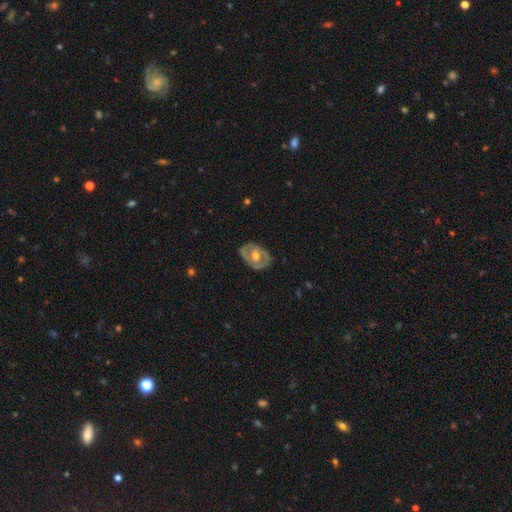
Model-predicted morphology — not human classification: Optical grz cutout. It shows a featured or disk galaxy (67%) with no bar (59%), no spiral arms (60%) and a moderate central bulge (72%). Merging: none (76%).